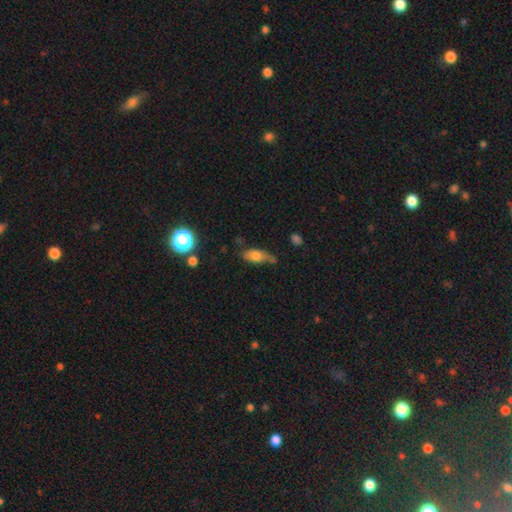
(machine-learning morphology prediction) type=smooth (69%); roundness=in between (79%); merging=none (48%).